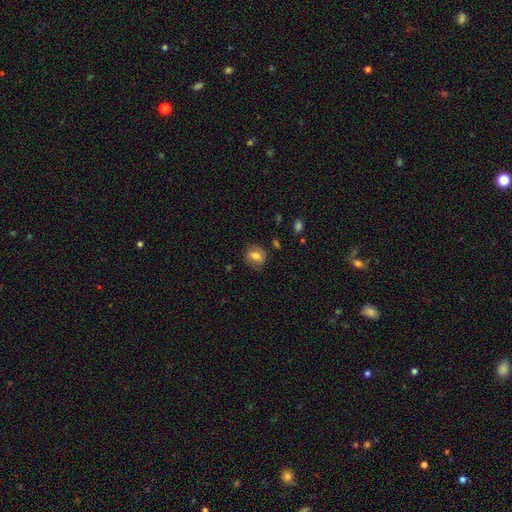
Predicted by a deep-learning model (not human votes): Smooth or featured?
  - smooth: 73% *
  - featured or disk: 18%
  - star or artifact: 9%
How rounded?
  - round: 51% *
  - in between: 47%
  - cigar-shaped: 2%
Merging?
  - none: 76% *
  - minor disturbance: 17%
  - major disturbance: 5%
  - merger: 2%